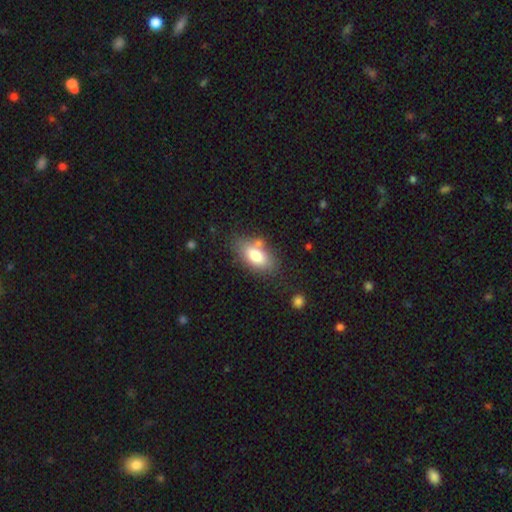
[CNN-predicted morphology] Overall: smooth (77%). How rounded: in between (89%). Merging: none (70%).